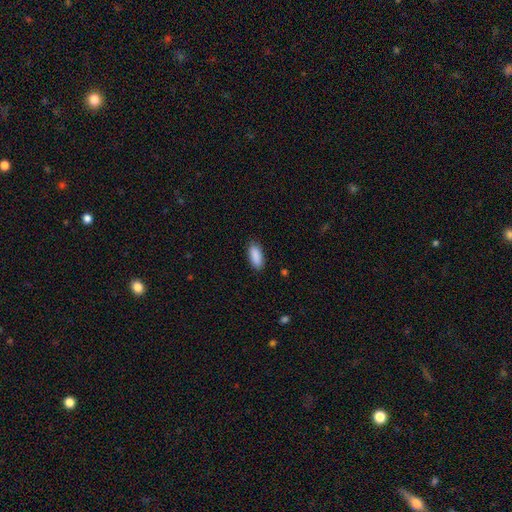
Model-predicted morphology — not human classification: Overall: smooth (90%). How rounded: in between (84%). Merging: none (87%).